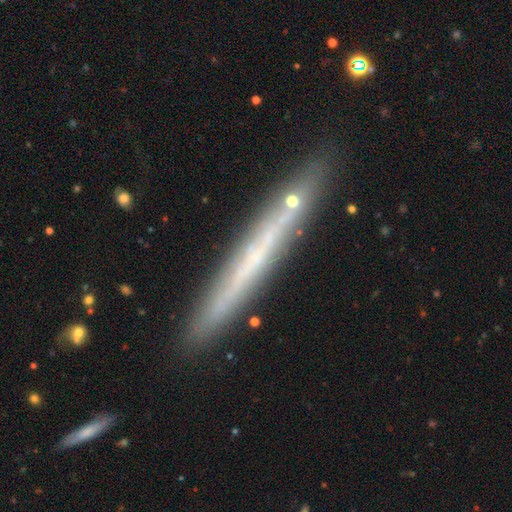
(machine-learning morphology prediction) Smooth or featured? Predicted: featured or disk (p=0.57). Edge-on disk? Predicted: yes (p=0.93). Edge-on bulge? Predicted: none (p=0.89). Merging? Predicted: none (p=0.86).